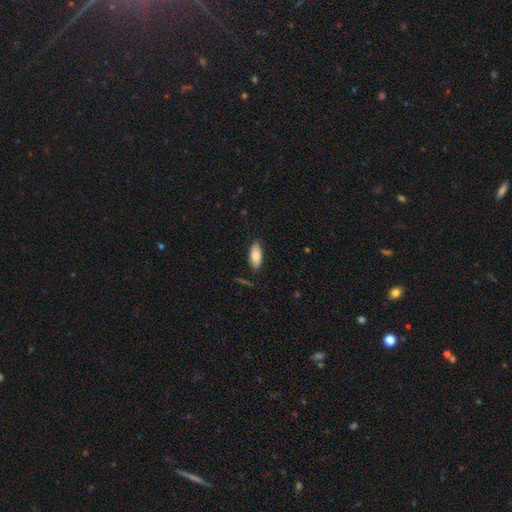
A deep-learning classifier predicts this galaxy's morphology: smooth_or_featured: smooth (p=0.83) [alt: featured or disk p=0.11]
how_rounded: in between (p=0.86) [alt: cigar-shaped p=0.12]
merging: none (p=0.84) [alt: minor disturbance p=0.12]